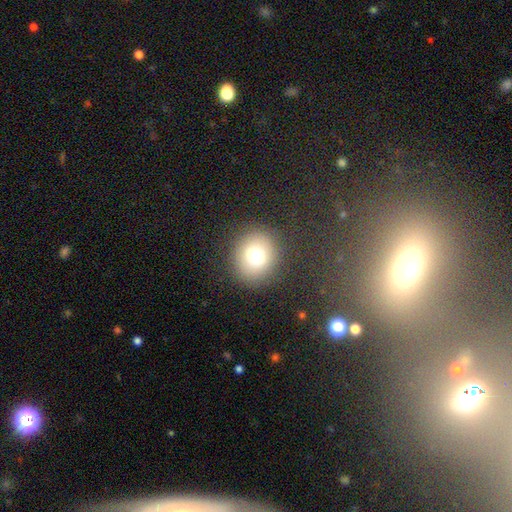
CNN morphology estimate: This is likely a smooth galaxy (75%). How rounded: clearly round (86%). Merging: clearly none (87%).